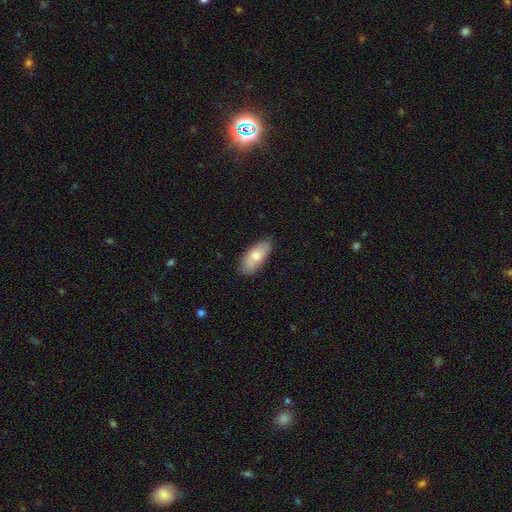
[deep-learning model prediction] This is likely a smooth galaxy (73%). How rounded: clearly in between (86%). Merging: clearly none (83%).